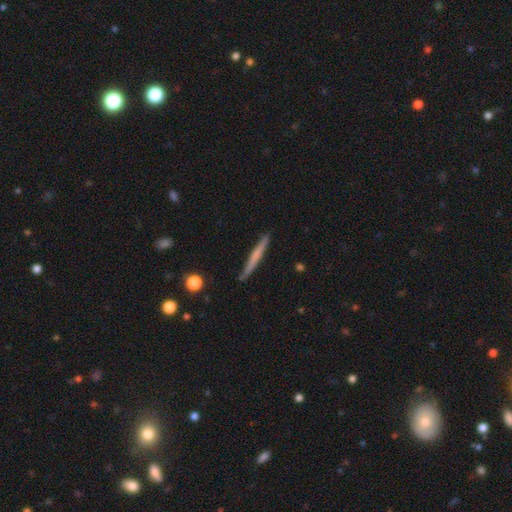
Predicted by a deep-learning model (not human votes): Smooth or featured?
  - smooth: 50% *
  - featured or disk: 44%
  - star or artifact: 6%
How rounded?
  - cigar-shaped: 96% *
  - in between: 2%
  - round: 1%
Merging?
  - none: 87% *
  - minor disturbance: 10%
  - major disturbance: 2%
  - merger: 2%